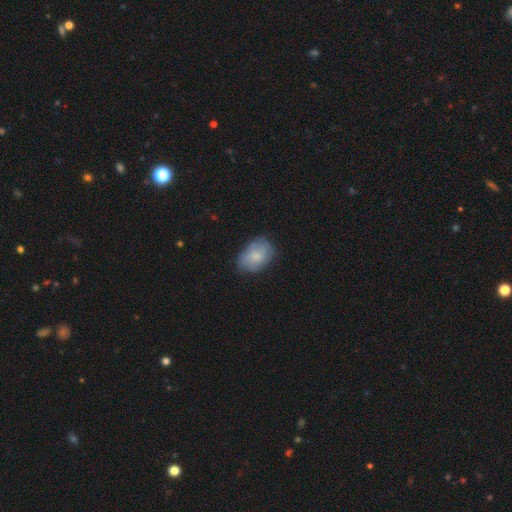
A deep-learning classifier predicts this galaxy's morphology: Smooth or featured? smooth (68%)
How rounded? in between (81%)
Merging? none (66%)